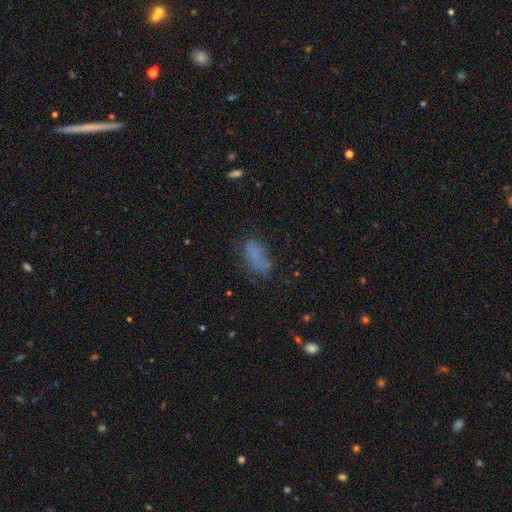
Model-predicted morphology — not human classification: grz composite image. It shows a smooth galaxy with no disk features (65%) that is in between round and cigar-shaped (88%). Merging: none (44%).